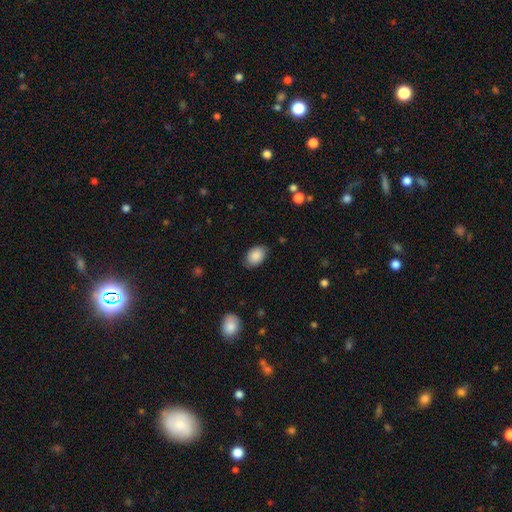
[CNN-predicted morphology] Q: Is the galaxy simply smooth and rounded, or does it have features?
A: smooth — 87%.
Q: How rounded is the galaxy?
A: in between — 85%.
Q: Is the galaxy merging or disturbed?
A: none — 81%.